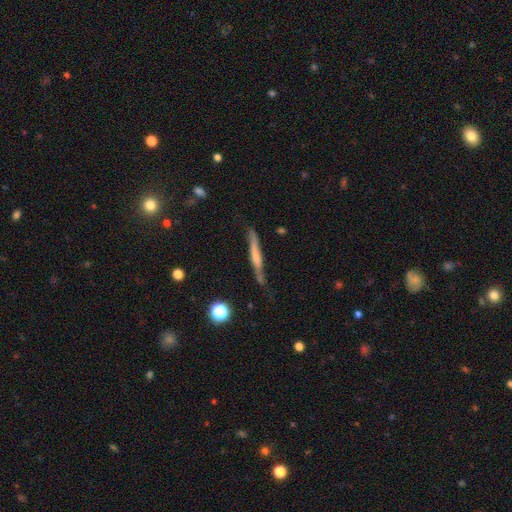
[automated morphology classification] type=featured or disk (52%); edge-on=yes (92%); merging=none (66%).